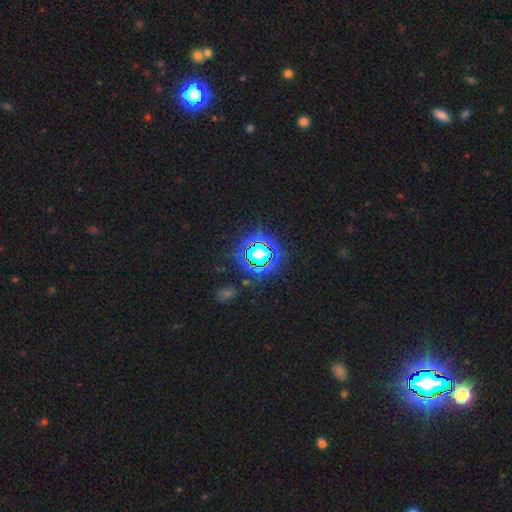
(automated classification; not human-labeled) smooth-or-featured: star or artifact: 79% | smooth: 13% | featured or disk: 7%